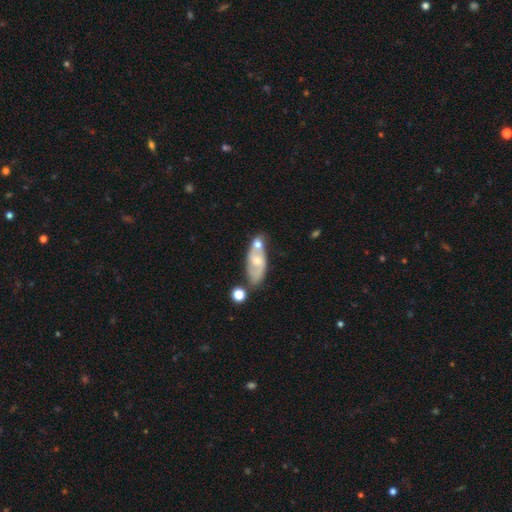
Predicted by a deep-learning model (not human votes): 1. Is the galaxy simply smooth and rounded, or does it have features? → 51% featured or disk, 42% smooth, 7% star or artifact.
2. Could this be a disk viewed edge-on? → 88% no, 12% yes.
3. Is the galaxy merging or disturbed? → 37% none, 36% merger, 19% minor disturbance, 8% major disturbance.